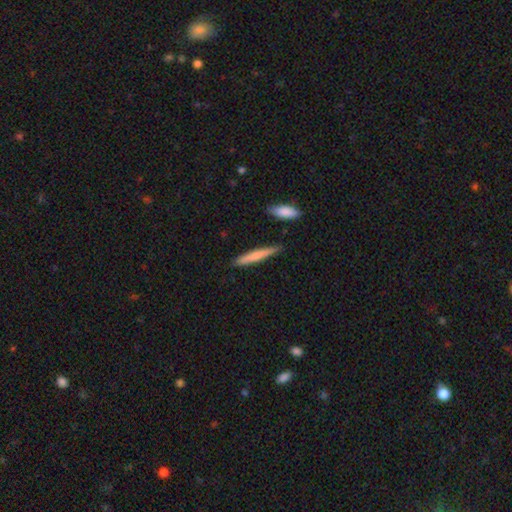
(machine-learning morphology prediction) A smooth galaxy with no disk features (71%) that is cigar-shaped (94%). Merging: none (85%).